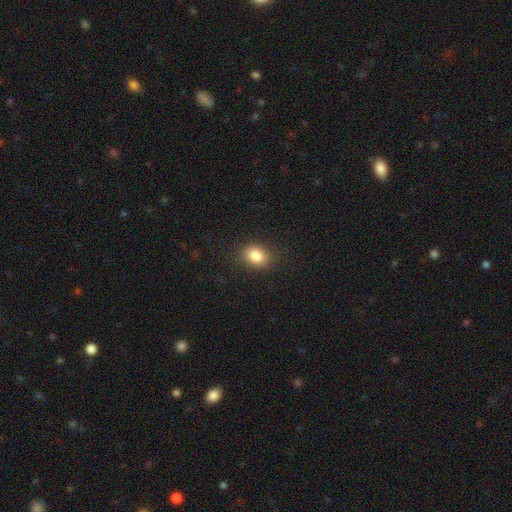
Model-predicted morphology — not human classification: smooth-or-featured: smooth: 84% | star or artifact: 10% | featured or disk: 6%
  how-rounded: in between: 59% | round: 40% | cigar-shaped: 1%
  merging: none: 86% | minor disturbance: 10% | major disturbance: 3% | merger: 1%